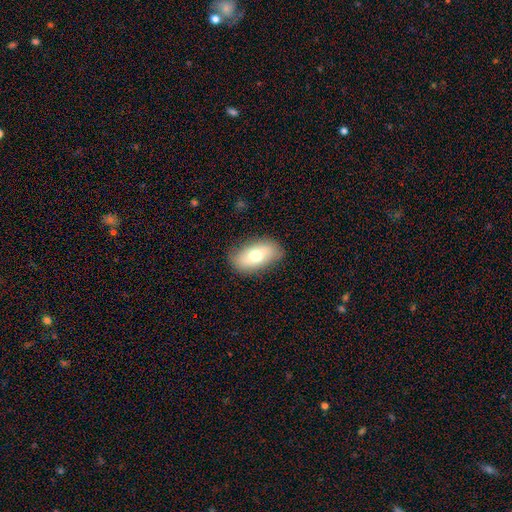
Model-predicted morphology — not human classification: Smooth or featured? Predicted: smooth (p=0.68). How rounded? Predicted: in between (p=0.92). Merging? Predicted: none (p=0.83).